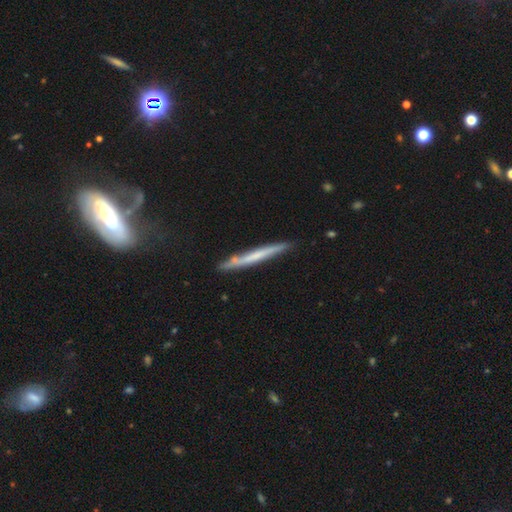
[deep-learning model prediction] smooth-or-featured: featured or disk: 50% | smooth: 44% | star or artifact: 6%
  merging: none: 81% | minor disturbance: 15% | merger: 2% | major disturbance: 2%